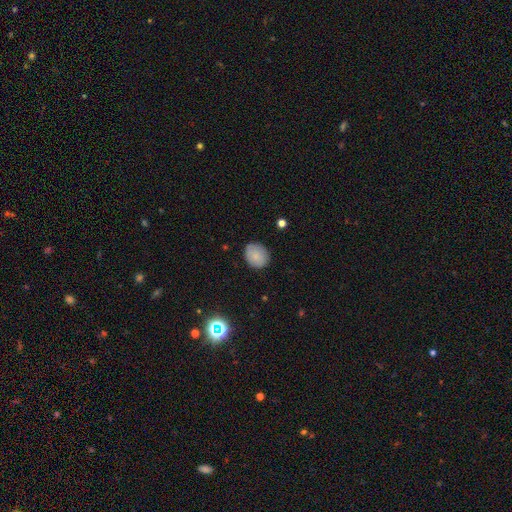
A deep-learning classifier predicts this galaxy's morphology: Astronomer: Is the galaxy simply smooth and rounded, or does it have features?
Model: smooth — 82%.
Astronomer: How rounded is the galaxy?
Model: round — 71%.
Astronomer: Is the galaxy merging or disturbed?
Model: none — 82%.